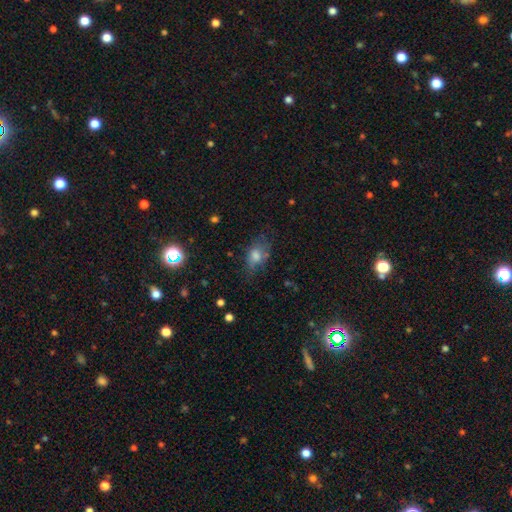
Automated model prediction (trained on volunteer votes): smooth-or-featured: smooth: 58% | featured or disk: 23% | star or artifact: 19%
  how-rounded: in between: 77% | round: 19% | cigar-shaped: 4%
  merging: none: 59% | minor disturbance: 25% | major disturbance: 13% | merger: 3%